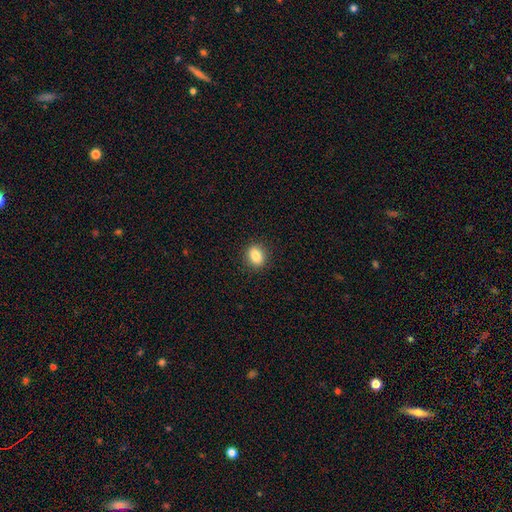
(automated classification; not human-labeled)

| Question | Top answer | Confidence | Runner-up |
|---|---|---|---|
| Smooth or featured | smooth | 84% | star or artifact (9%) |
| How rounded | in between | 56% | round (43%) |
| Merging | none | 90% | minor disturbance (7%) |